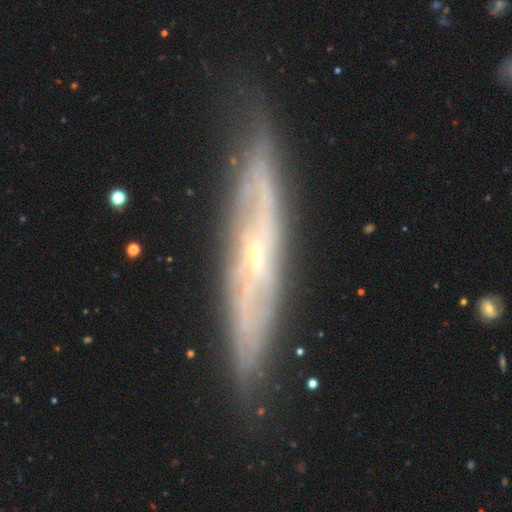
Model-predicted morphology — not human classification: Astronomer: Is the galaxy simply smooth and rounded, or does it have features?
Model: featured or disk — 78%.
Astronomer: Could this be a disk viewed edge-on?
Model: yes — 59% (runner-up: no, 41%).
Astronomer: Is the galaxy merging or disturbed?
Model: none — 79%.